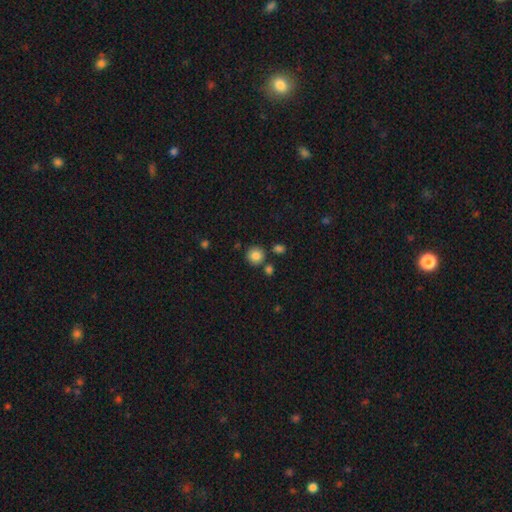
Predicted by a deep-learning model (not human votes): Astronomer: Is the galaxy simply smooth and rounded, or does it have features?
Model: smooth — 85%.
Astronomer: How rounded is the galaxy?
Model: round — 92%.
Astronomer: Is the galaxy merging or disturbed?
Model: none — 80%.